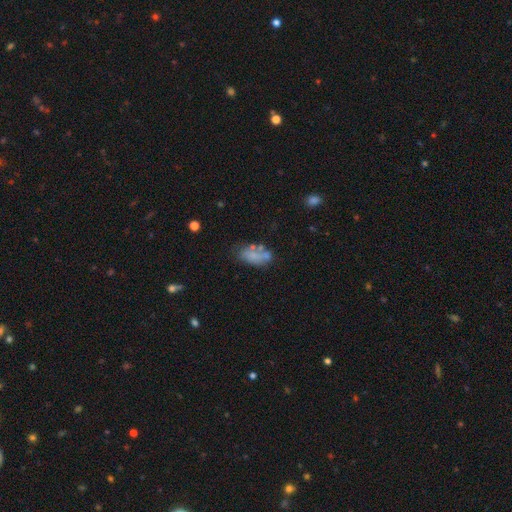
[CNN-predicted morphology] smooth-or-featured: smooth: 65% | featured or disk: 24% | star or artifact: 11%
  how-rounded: in between: 89% | cigar-shaped: 6% | round: 5%
  merging: none: 47% | minor disturbance: 22% | merger: 18% | major disturbance: 13%